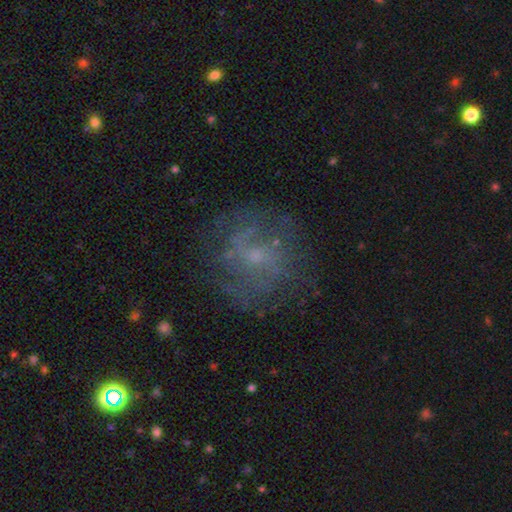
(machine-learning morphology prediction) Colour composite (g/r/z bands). It shows a featured or disk galaxy (60%) with no bar (62%), spiral arms (67%) and a small central bulge (65%). Merging: none (71%).